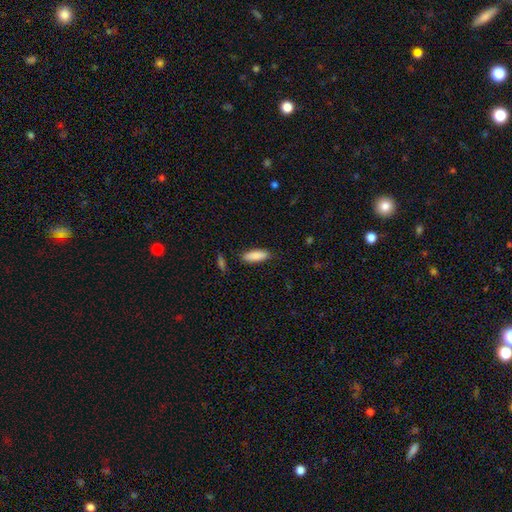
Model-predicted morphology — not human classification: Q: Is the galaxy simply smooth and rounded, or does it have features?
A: smooth — 88%.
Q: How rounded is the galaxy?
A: in between — 64%.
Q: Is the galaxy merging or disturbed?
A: none — 85%.